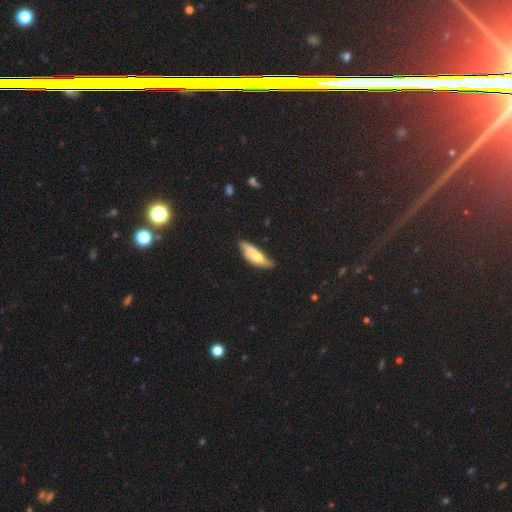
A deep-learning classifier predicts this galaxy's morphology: Smooth or featured: smooth — 59% (featured or disk — 34%)
How rounded: in between — 58% (cigar-shaped — 39%)
Merging: none — 52% (minor disturbance — 31%)